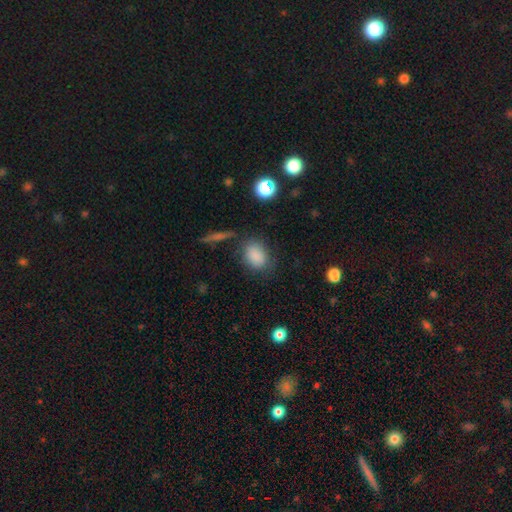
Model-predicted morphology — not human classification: This appears to be a smooth galaxy with no disk features (84%) that is in between round and cigar-shaped (66%). Merging: none (70%).